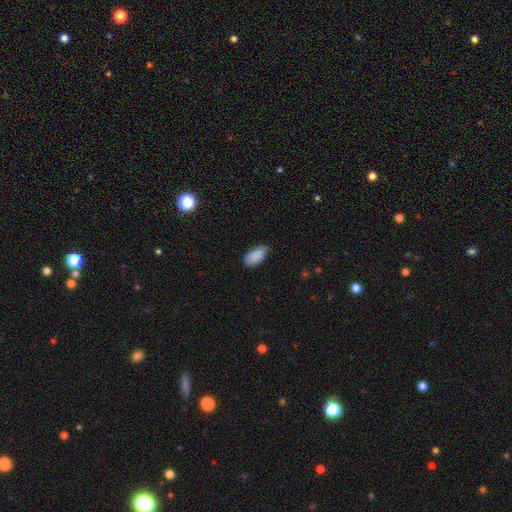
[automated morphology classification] type=smooth (88%); roundness=in between (94%); merging=none (74%).